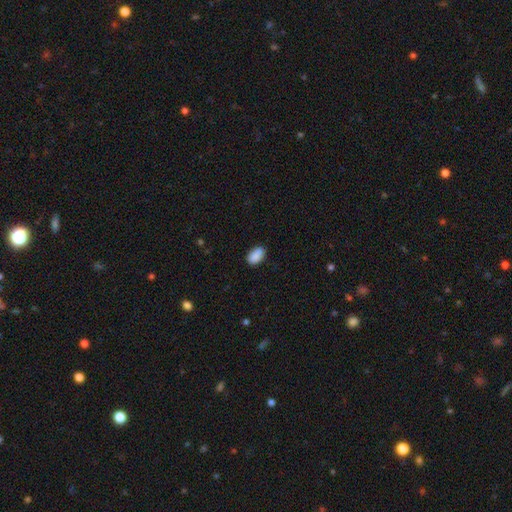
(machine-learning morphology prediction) The model was most divided on "merging": none: 82%, minor disturbance: 14%, major disturbance: 3%, merger: 1%. More confident: how rounded — in between (92%); smooth or featured — smooth (89%).